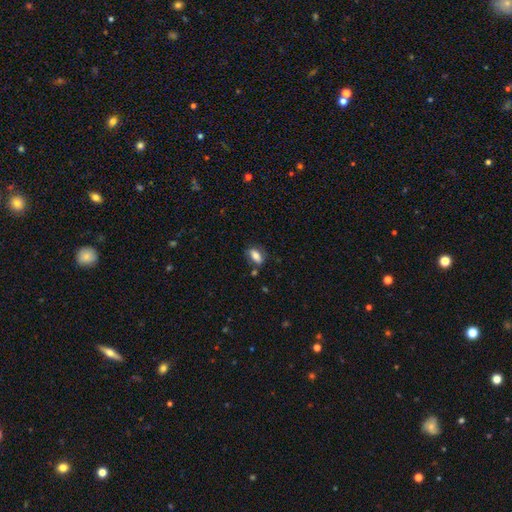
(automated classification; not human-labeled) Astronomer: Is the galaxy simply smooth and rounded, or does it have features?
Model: smooth — 75%.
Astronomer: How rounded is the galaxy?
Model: in between — 84%.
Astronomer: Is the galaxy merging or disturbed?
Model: none — 70%.